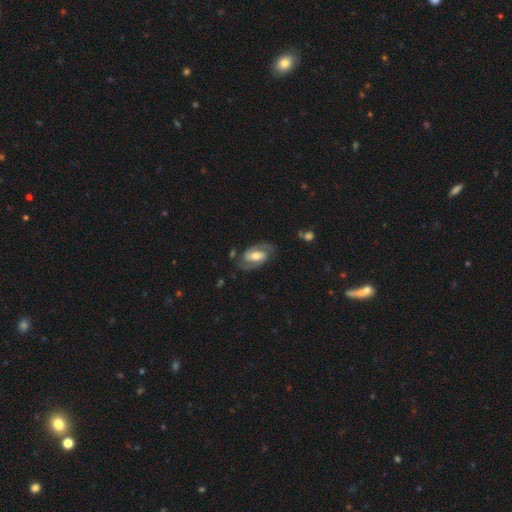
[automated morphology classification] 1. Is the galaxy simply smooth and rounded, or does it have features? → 84% featured or disk, 11% smooth, 5% star or artifact.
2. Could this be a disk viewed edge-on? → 97% no, 3% yes.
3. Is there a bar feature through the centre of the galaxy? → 42% weak, 35% strong, 23% no.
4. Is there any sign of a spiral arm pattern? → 95% yes, 5% no.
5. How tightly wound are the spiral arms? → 50% medium, 36% tight, 14% loose.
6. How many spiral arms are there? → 91% 2, 4% can't tell, 2% 1, 1% 3, 1% 4, 1% more than 4.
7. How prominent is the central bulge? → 62% moderate, 23% small, 11% large, 2% none, 1% dominant.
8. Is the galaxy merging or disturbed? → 77% none, 14% minor disturbance, 6% major disturbance, 2% merger.